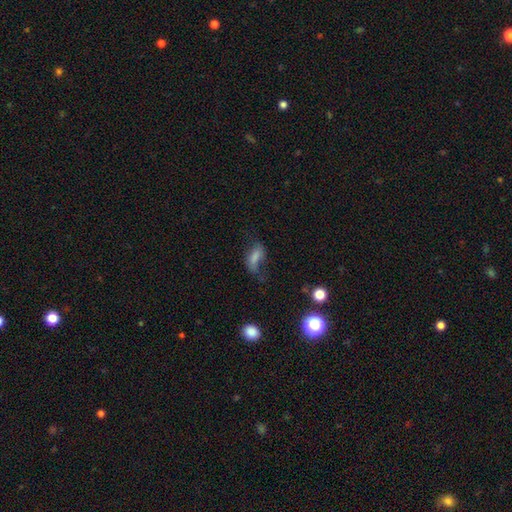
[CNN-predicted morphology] A smooth galaxy with no disk features (59%) that is in between round and cigar-shaped (82%).

Vote fractions:
- Smooth or featured? smooth: 59% / featured or disk: 25% / star or artifact: 16%
- How rounded? in between: 82% / cigar-shaped: 10% / round: 8%
- Merging? none: 40% / major disturbance: 28% / minor disturbance: 27% / merger: 5%